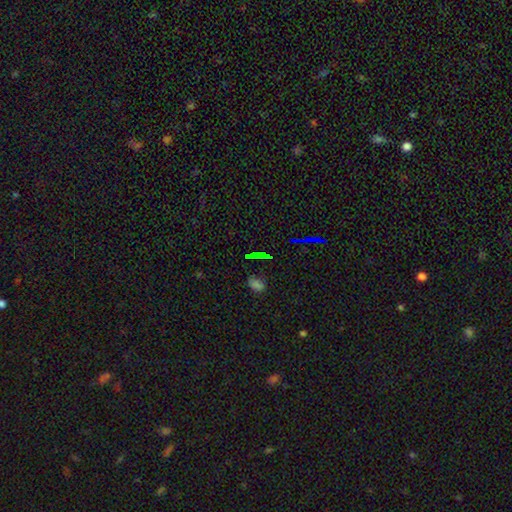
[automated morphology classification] This appears to be a star or artifact, not a galaxy (55%).